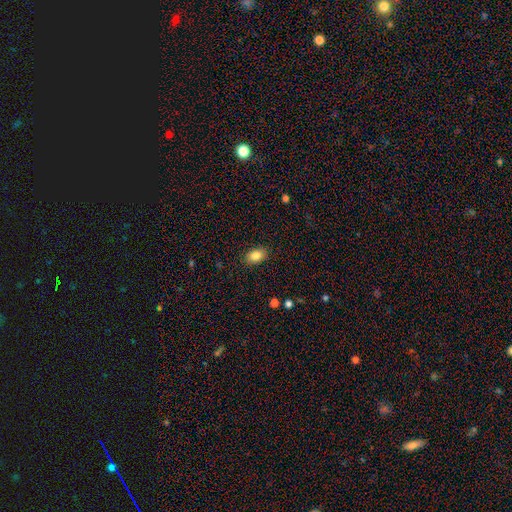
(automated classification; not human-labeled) Morphology: type=smooth (84%); roundness=in between (85%); merging=none (87%).